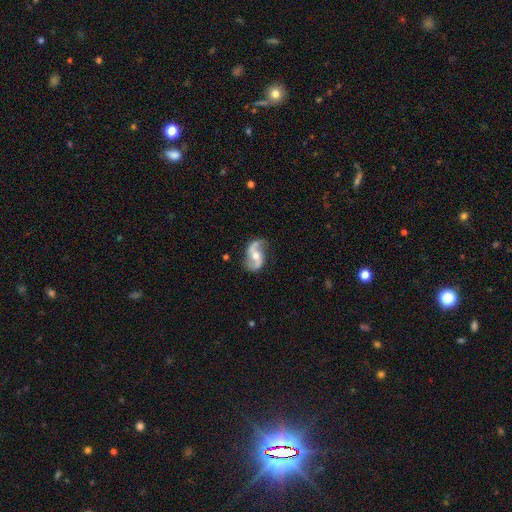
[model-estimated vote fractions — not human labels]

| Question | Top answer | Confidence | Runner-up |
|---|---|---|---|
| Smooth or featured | featured or disk | 86% | smooth (9%) |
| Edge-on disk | no | 97% | yes (3%) |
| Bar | no | 45% | weak (37%) |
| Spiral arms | yes | 94% | no (6%) |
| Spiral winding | loose | 64% | medium (28%) |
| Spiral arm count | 2 | 92% | 1 (3%) |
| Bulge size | moderate | 68% | small (26%) |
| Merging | none | 72% | minor disturbance (18%) |